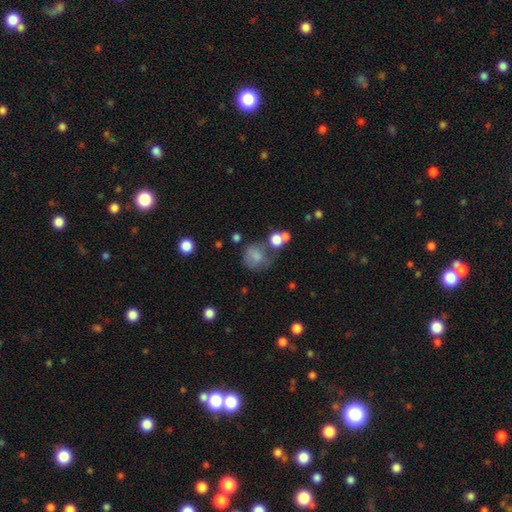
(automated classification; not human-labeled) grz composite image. It shows a smooth galaxy with no disk features (74%) that is round (78%). Merging: none (45%).